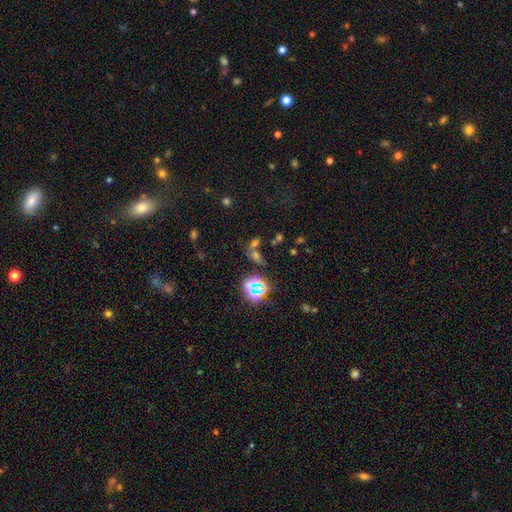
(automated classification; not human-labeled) smooth-or-featured: star or artifact: 53% | smooth: 36% | featured or disk: 12%